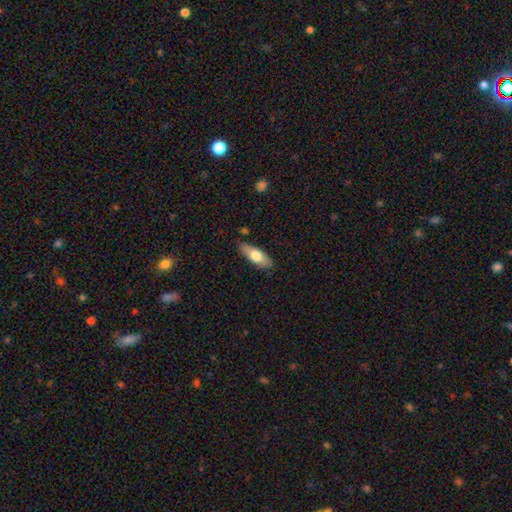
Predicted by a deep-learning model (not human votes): smooth 70%, featured or disk 24%, star or artifact 6%. Down the decision tree: how rounded — in between (68%); merging — none (83%).